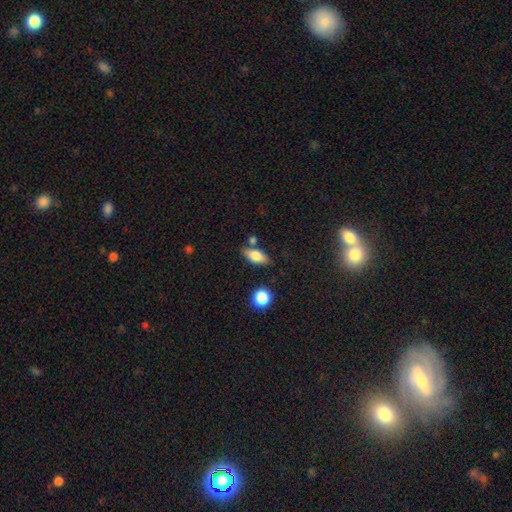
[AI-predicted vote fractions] A smooth galaxy with no disk features (79%) that is in between round and cigar-shaped (84%). Merging: none (75%).